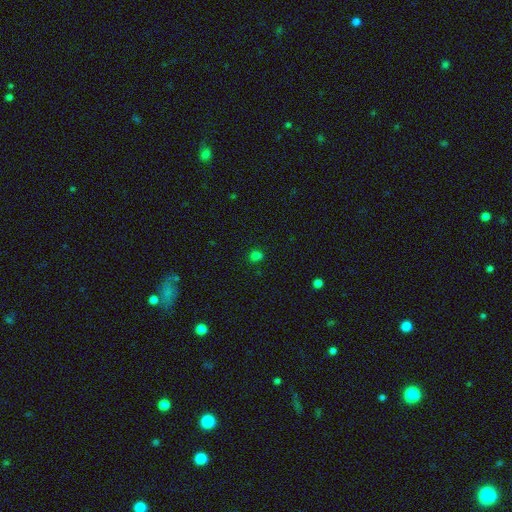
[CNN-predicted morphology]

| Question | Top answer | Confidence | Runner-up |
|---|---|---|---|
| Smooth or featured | smooth | 68% | star or artifact (28%) |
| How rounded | round | 58% | in between (40%) |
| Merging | none | 73% | minor disturbance (14%) |